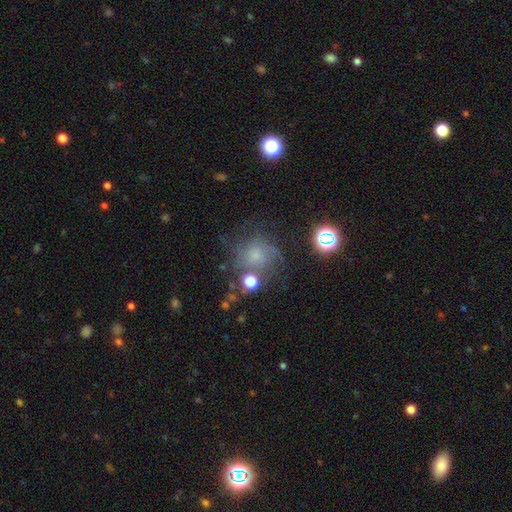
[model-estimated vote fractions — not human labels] smooth-or-featured: smooth: 39% (tied) | featured or disk: 39% (tied) | star or artifact: 22%
  merging: none: 55% | minor disturbance: 19% | major disturbance: 18% | merger: 8%